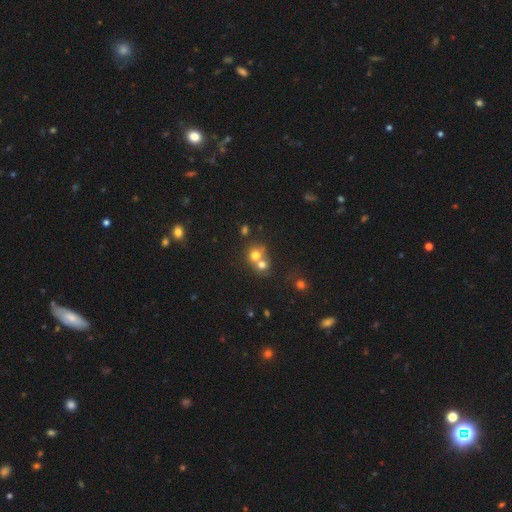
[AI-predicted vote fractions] smooth_or_featured: smooth (p=0.71) [alt: featured or disk p=0.15]
how_rounded: round (p=0.78) [alt: in between p=0.21]
merging: merger (p=0.59) [alt: none p=0.32]